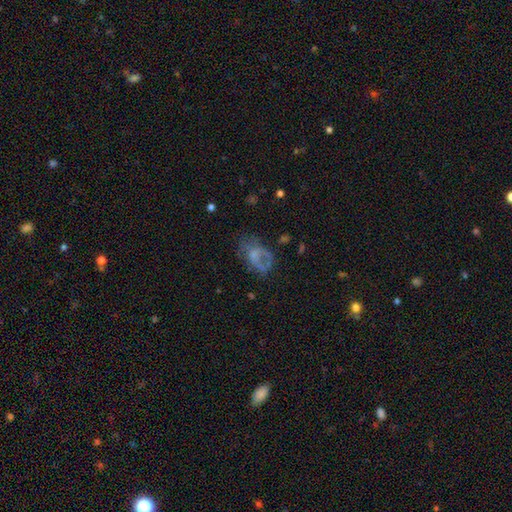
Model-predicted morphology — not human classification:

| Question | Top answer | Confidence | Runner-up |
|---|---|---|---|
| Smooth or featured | featured or disk | 46% | smooth (39%) |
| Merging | major disturbance | 38% | none (37%) |